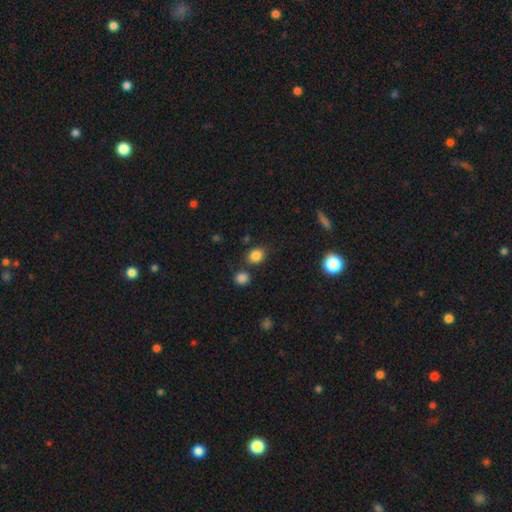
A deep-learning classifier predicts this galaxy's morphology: A smooth galaxy with no disk features (84%) that is round (52%).

Vote fractions:
- Smooth or featured? smooth: 84% / star or artifact: 12% / featured or disk: 5%
- How rounded? round: 52% / in between: 47% / cigar-shaped: 1%
- Merging? none: 76% / minor disturbance: 11% / merger: 10% / major disturbance: 3%